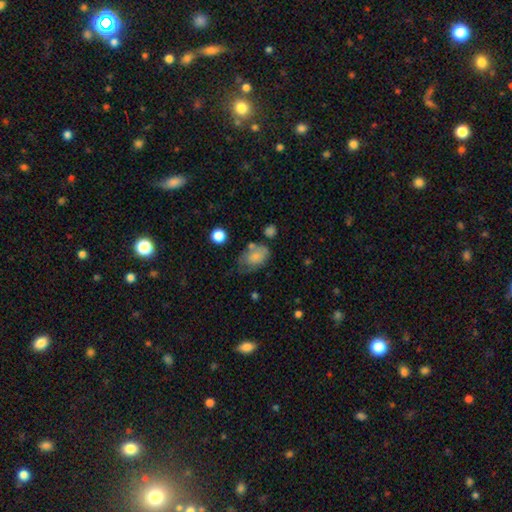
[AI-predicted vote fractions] A smooth galaxy with no disk features (74%) that is in between round and cigar-shaped (84%).

Vote fractions:
- Smooth or featured? smooth: 74% / featured or disk: 17% / star or artifact: 9%
- How rounded? in between: 84% / round: 15% / cigar-shaped: 1%
- Merging? none: 39% / minor disturbance: 31% / major disturbance: 19% / merger: 11%